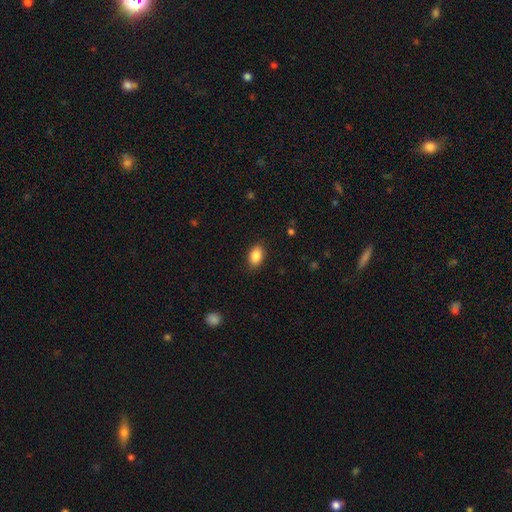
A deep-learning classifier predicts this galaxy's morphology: A smooth galaxy with no disk features (88%) that is in between round and cigar-shaped (88%).

Vote fractions:
- Smooth or featured? smooth: 88% / star or artifact: 8% / featured or disk: 5%
- How rounded? in between: 88% / round: 11% / cigar-shaped: 2%
- Merging? none: 87% / minor disturbance: 10% / major disturbance: 3% / merger: 1%